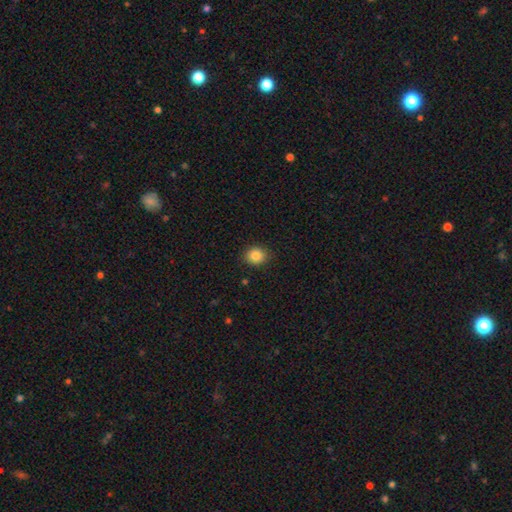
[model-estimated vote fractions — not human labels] This is clearly a smooth galaxy (85%). How rounded: likely round (71%). Merging: clearly none (89%).